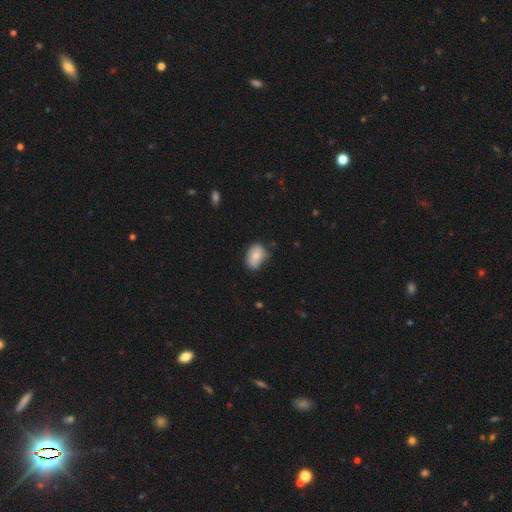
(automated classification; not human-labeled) The model was most divided on "merging": none: 61%, minor disturbance: 31%, major disturbance: 6%, merger: 2%. More confident: how rounded — in between (83%); smooth or featured — smooth (78%).